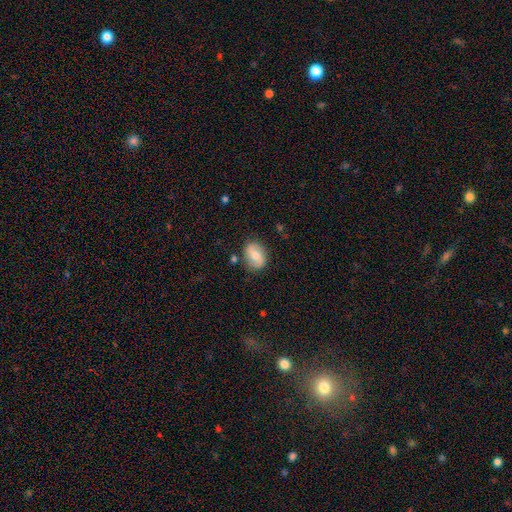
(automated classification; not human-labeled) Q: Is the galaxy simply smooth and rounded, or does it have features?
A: smooth — 58%.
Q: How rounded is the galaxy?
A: in between — 68%.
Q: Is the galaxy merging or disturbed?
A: none — 79%.